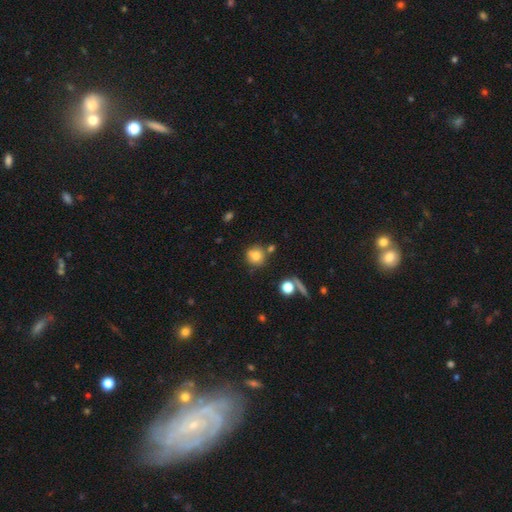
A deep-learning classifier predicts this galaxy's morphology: smooth-or-featured: smooth: 75% | star or artifact: 13% | featured or disk: 12%
  how-rounded: round: 89% | in between: 10% | cigar-shaped: 1%
  merging: none: 70% | minor disturbance: 13% | merger: 13% | major disturbance: 4%